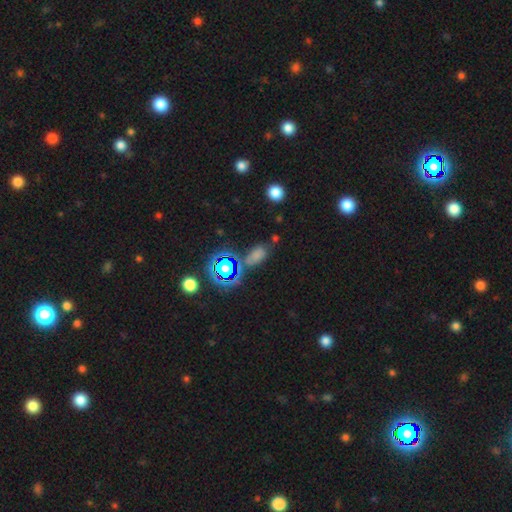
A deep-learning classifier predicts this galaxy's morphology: Smooth or featured: smooth — 60% (star or artifact — 32%)
How rounded: in between — 81% (round — 12%)
Merging: none — 66% (minor disturbance — 18%)